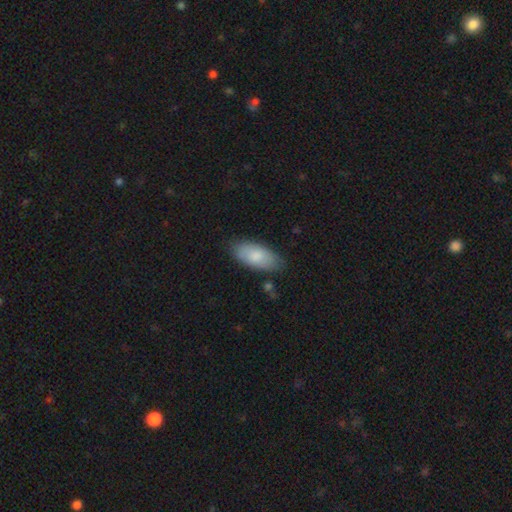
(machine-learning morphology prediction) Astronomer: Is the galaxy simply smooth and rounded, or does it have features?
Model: smooth — 82%.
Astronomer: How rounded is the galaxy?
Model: in between — 89%.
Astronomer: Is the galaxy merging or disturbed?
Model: none — 79%.